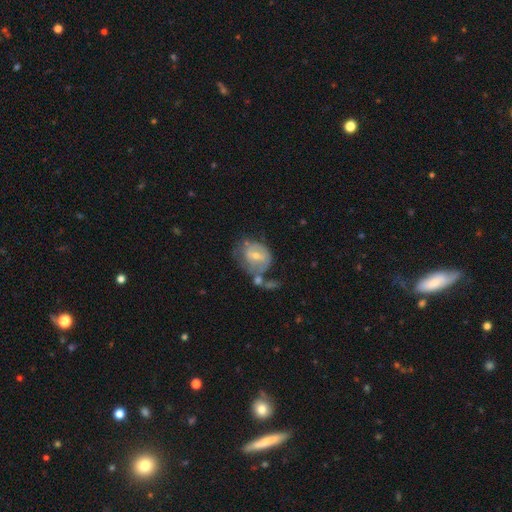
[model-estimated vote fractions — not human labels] Morphology: type=featured or disk (54%); edge-on=no (96%); bar=weak (45%); spiral arms=no (52%); bulge=moderate (48%); merging=none (28%).